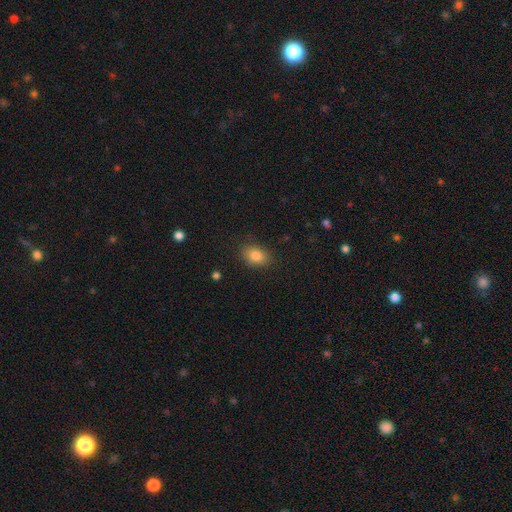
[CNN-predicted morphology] Overall: smooth (84%). How rounded: in between (76%). Merging: none (85%).